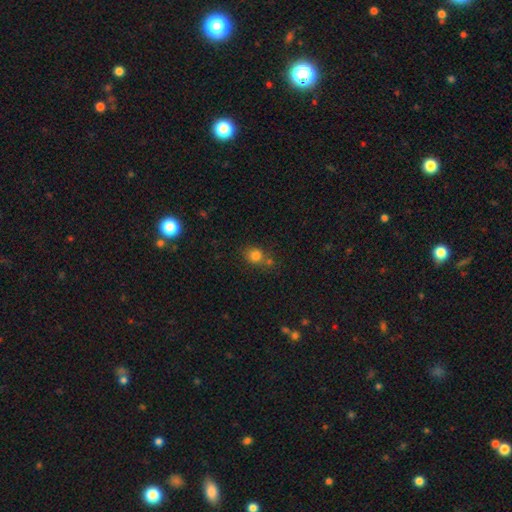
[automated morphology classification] This appears to be a smooth galaxy with no disk features (79%) that is round (71%). Merging: none (57%).